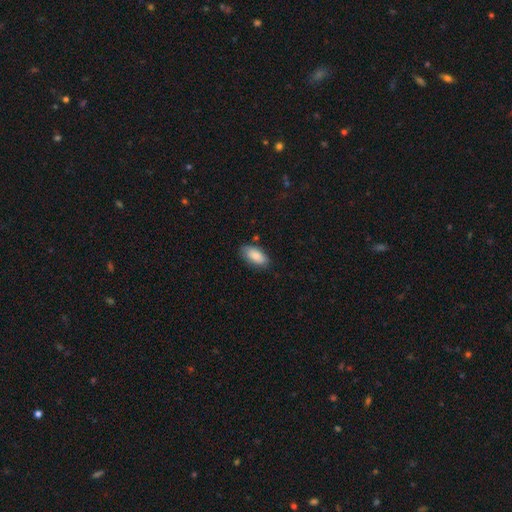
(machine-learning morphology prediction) smooth_or_featured: smooth (p=0.85) [alt: featured or disk p=0.08]
how_rounded: in between (p=0.92) [alt: cigar-shaped p=0.06]
merging: none (p=0.77) [alt: minor disturbance p=0.17]